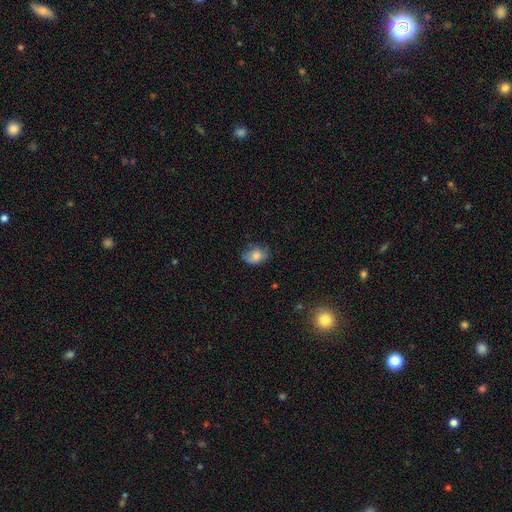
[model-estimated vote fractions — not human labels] A smooth galaxy with no disk features (77%) that is in between round and cigar-shaped (70%). Merging: none (58%).